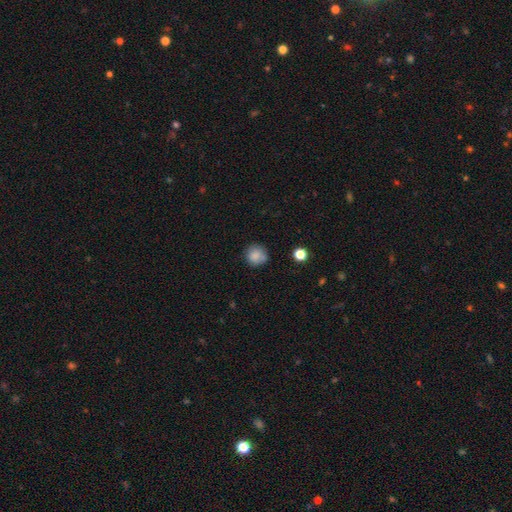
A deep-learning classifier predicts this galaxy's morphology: This appears to be a smooth galaxy with no disk features (83%) that is round (92%). Merging: none (73%).